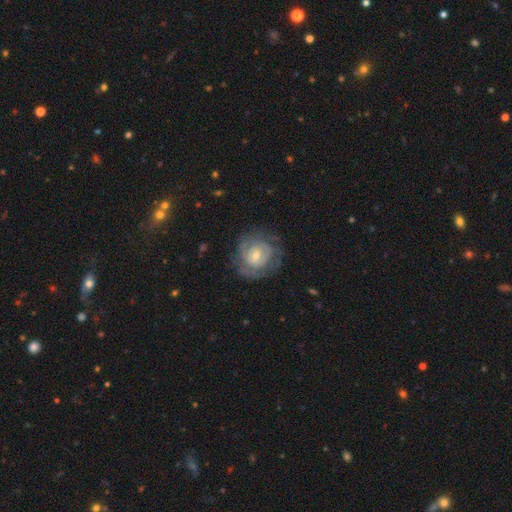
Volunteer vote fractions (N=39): Q: Smooth or featured?
A: featured or disk (69%); runner-up: smooth (23%)
Q: Edge-on disk?
A: no (93%); runner-up: yes (7%)
Q: Bar?
A: weak (52%); runner-up: no (48%)
Q: Spiral arms?
A: yes (88%); runner-up: no (12%)
Q: Spiral winding?
A: tight (73%); runner-up: medium (18%)
Q: Spiral arm count?
A: can't tell (55%); runner-up: 1 (18%)
Q: Bulge size?
A: small (56%); runner-up: moderate (44%)
Q: Merging?
A: none (81%); runner-up: major disturbance (11%)